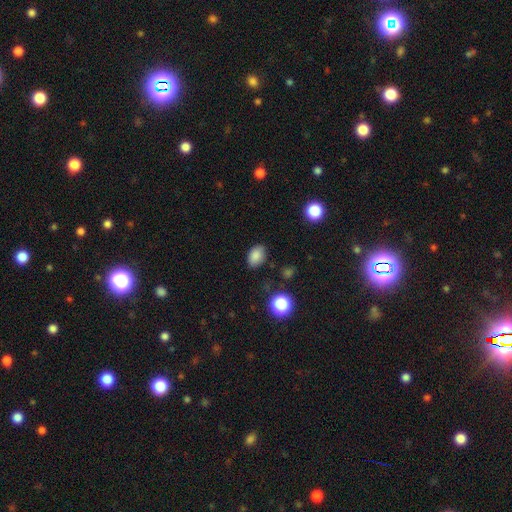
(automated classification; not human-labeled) The model was most divided on "how rounded": in between: 81%, round: 18%, cigar-shaped: 1%. More confident: smooth or featured — smooth (84%); merging — none (81%).